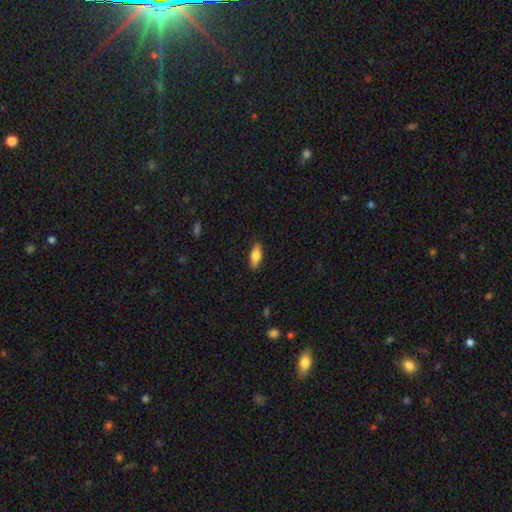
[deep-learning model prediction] smooth 74%, featured or disk 20%, star or artifact 6%. Down the decision tree: how rounded — in between (72%); merging — none (88%).